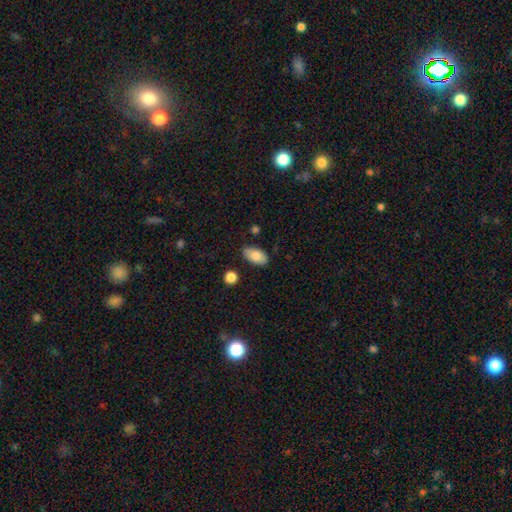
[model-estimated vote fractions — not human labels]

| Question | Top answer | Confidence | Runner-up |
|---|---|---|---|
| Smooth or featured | smooth | 80% | featured or disk (13%) |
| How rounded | in between | 94% | round (4%) |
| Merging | none | 83% | minor disturbance (13%) |